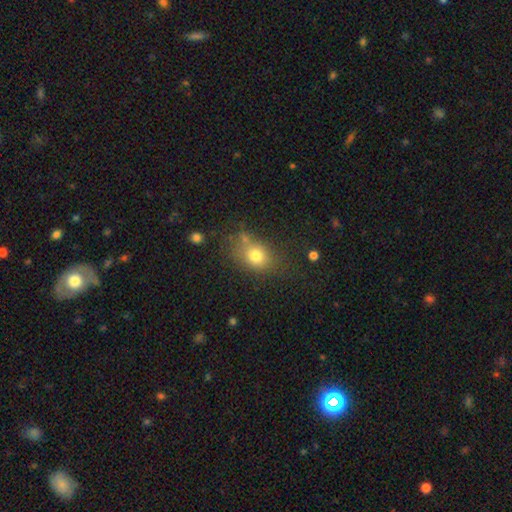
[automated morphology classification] Q: Smooth or featured?
A: smooth (75%); runner-up: star or artifact (14%)
Q: How rounded?
A: in between (58%); runner-up: round (40%)
Q: Merging?
A: none (65%); runner-up: minor disturbance (19%)